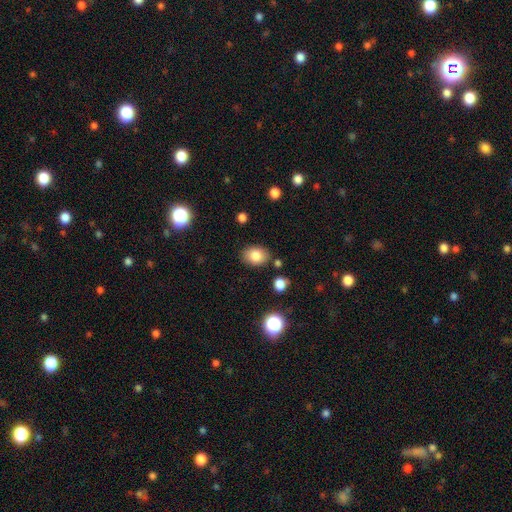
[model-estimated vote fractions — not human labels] smooth-or-featured: smooth: 82% | star or artifact: 9% | featured or disk: 8%
  how-rounded: in between: 70% | round: 29% | cigar-shaped: 1%
  merging: none: 83% | minor disturbance: 11% | merger: 3% | major disturbance: 3%